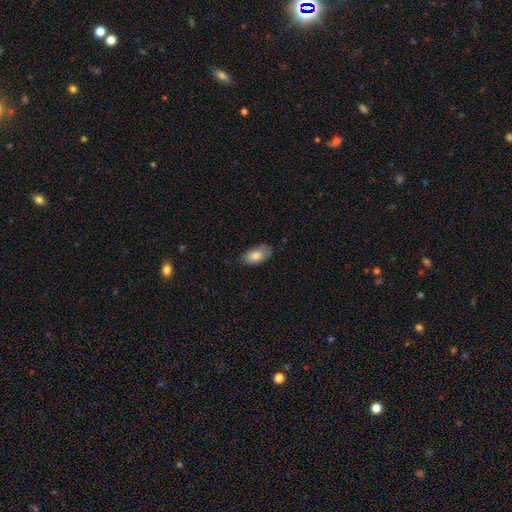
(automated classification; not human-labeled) This is clearly a smooth galaxy (81%). How rounded: clearly in between (93%). Merging: likely none (72%).